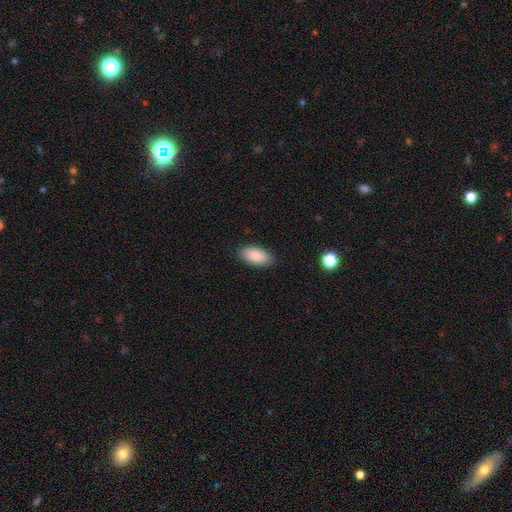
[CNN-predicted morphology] Q: Smooth or featured?
A: smooth (87%); runner-up: star or artifact (6%)
Q: How rounded?
A: in between (94%); runner-up: cigar-shaped (4%)
Q: Merging?
A: none (87%); runner-up: minor disturbance (10%)